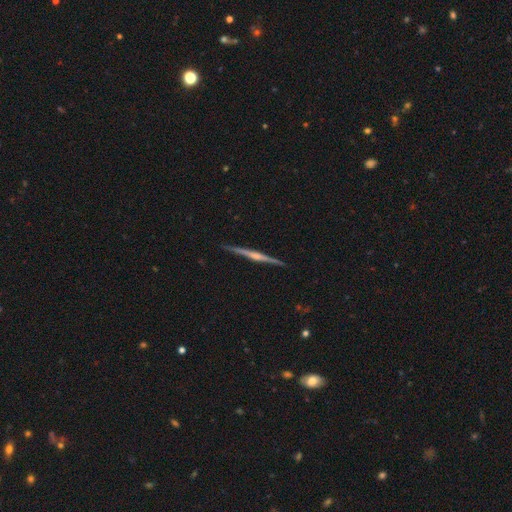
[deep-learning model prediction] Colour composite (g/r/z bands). It shows a featured or disk galaxy (79%) viewed edge-on (98%) with a rounded central bulge (64%). Merging: none (91%).